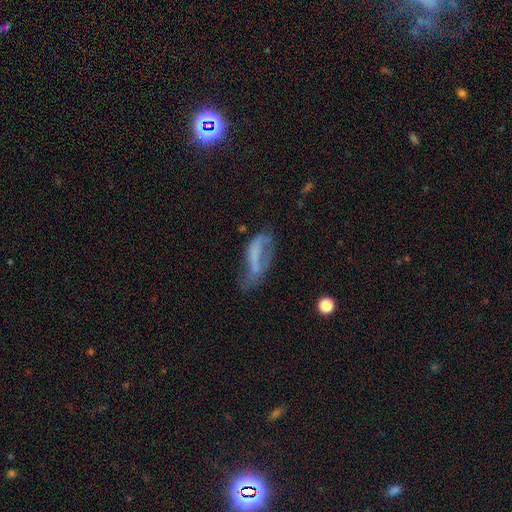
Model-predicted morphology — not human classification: This appears to be a featured or disk galaxy (44%). Merging: major disturbance (39%).